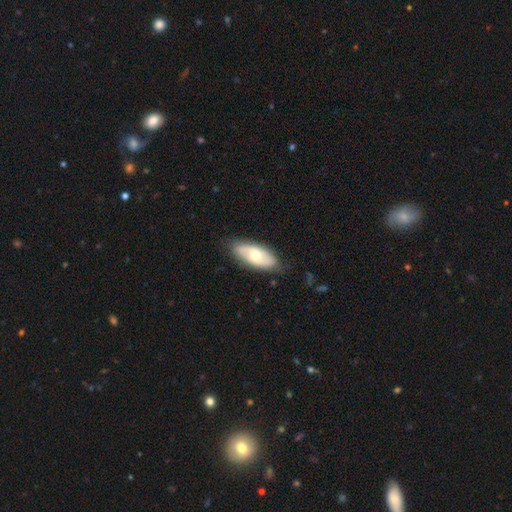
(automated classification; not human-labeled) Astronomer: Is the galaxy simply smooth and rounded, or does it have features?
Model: smooth — 55% (runner-up: featured or disk, 40%).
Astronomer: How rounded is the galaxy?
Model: in between — 86%.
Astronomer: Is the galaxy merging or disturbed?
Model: none — 79%.